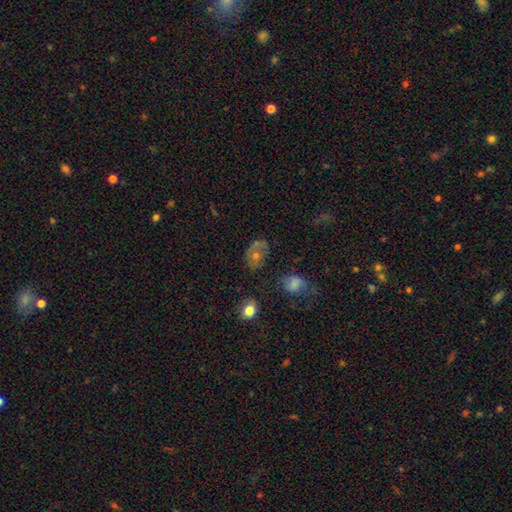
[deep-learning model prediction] Smooth or featured: smooth — 50% (featured or disk — 32%)
Merging: none — 54% (minor disturbance — 24%)